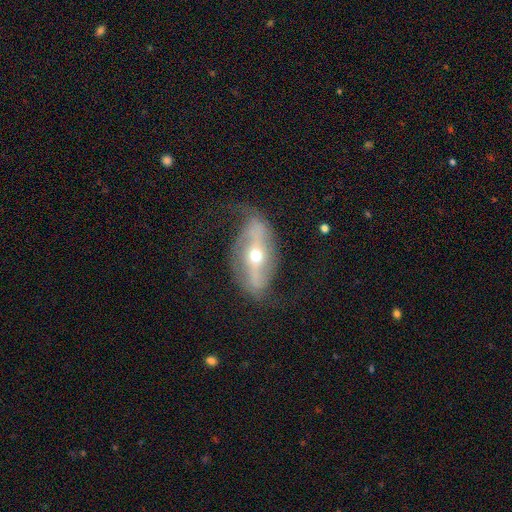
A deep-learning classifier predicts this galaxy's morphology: type=featured or disk (75%); edge-on=no (83%); bar=strong (50%); spiral arms=yes (65%); bulge=moderate (65%); merging=none (59%).